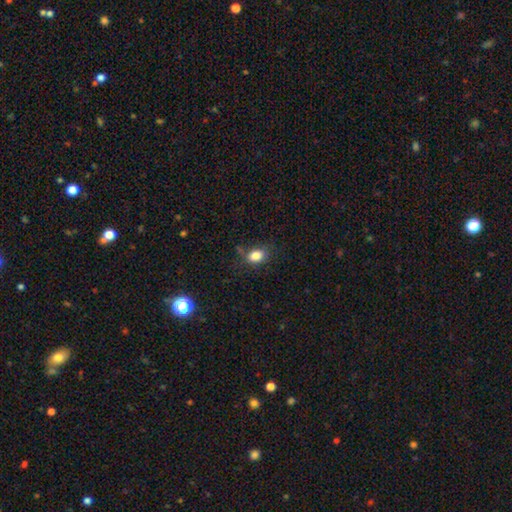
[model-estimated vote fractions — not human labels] Q: Smooth or featured?
A: smooth (84%); runner-up: star or artifact (10%)
Q: How rounded?
A: in between (79%); runner-up: round (19%)
Q: Merging?
A: none (70%); runner-up: minor disturbance (20%)